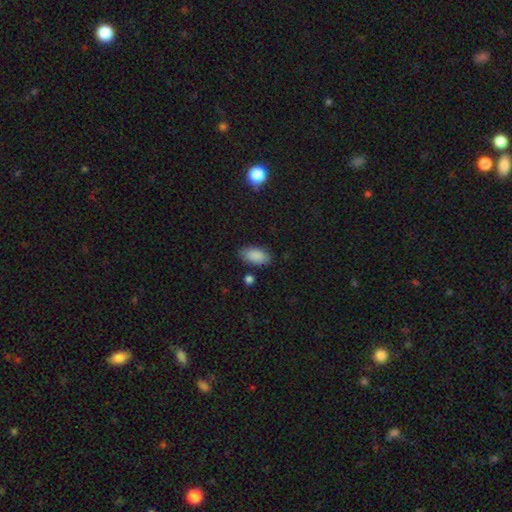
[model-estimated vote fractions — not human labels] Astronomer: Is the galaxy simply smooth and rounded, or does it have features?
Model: smooth — 88%.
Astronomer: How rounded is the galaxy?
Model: in between — 93%.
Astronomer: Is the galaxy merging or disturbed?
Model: none — 83%.